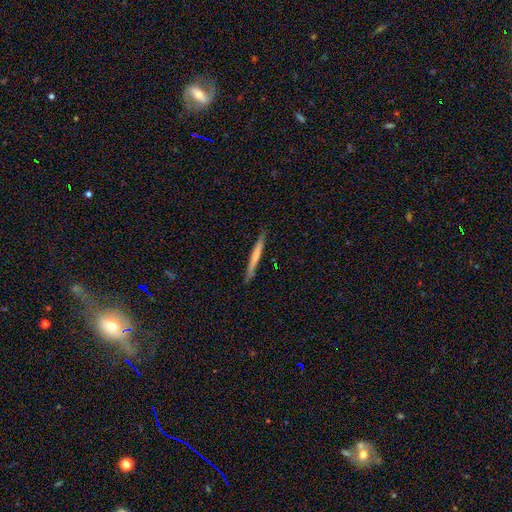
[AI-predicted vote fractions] Smooth or featured? Predicted: smooth (p=0.62). How rounded? Predicted: cigar-shaped (p=0.97). Merging? Predicted: none (p=0.88).